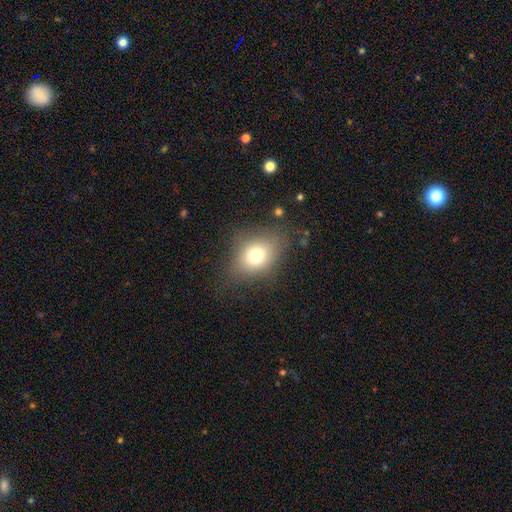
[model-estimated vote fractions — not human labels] A smooth galaxy with no disk features (73%) that is in between round and cigar-shaped (61%). Merging: none (72%).